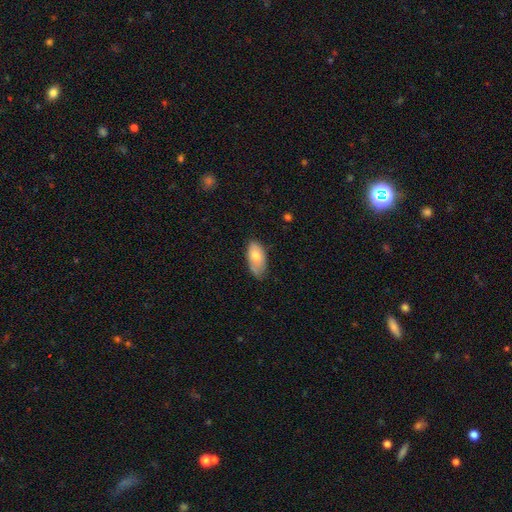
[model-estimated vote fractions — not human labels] Morphology: type=smooth (72%); roundness=in between (93%); merging=none (61%).